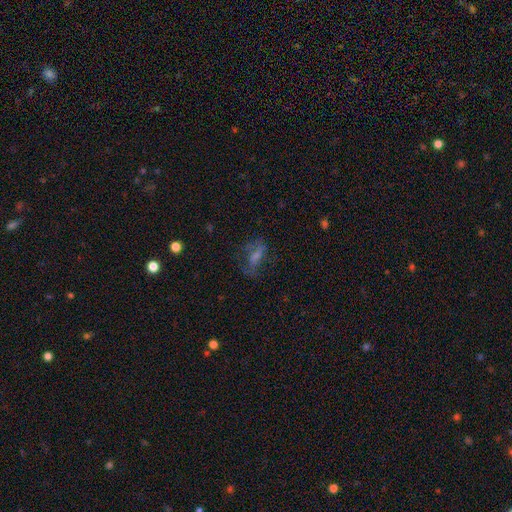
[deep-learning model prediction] Smooth or featured? featured or disk (39%)
Merging? none (53%)